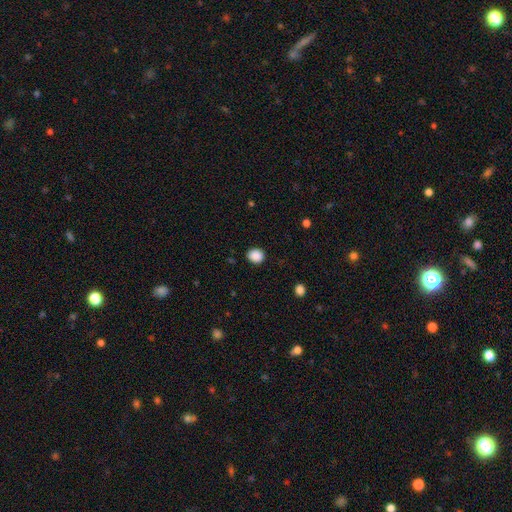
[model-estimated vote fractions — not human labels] smooth-or-featured: smooth: 89% | star or artifact: 9% | featured or disk: 3%
  how-rounded: round: 74% | in between: 25% | cigar-shaped: 1%
  merging: none: 89% | minor disturbance: 8% | major disturbance: 2% | merger: 1%